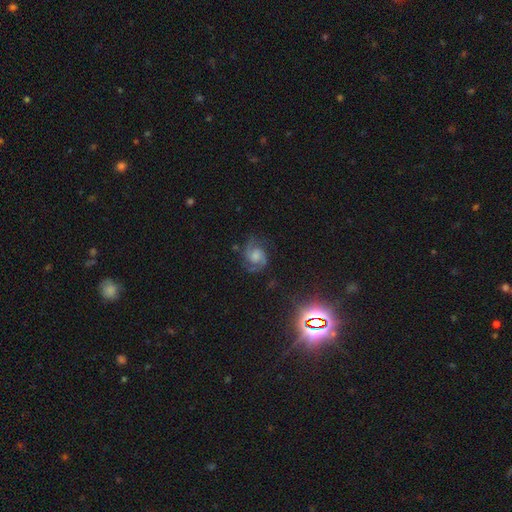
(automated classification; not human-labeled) Smooth or featured? featured or disk (77%)
Edge-on disk? no (98%)
Bar? no (60%)
Spiral arms? yes (96%)
Spiral winding? medium (54%)
Spiral arm count? 2 (83%)
Bulge size? moderate (32%)
Merging? none (69%)